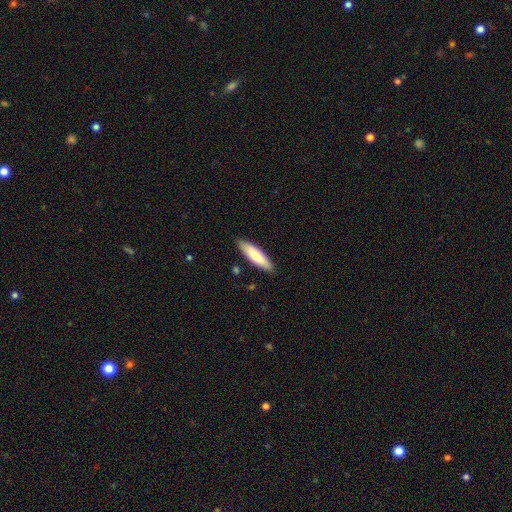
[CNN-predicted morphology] A smooth galaxy with no disk features (79%) that is cigar-shaped (63%). Merging: none (87%).